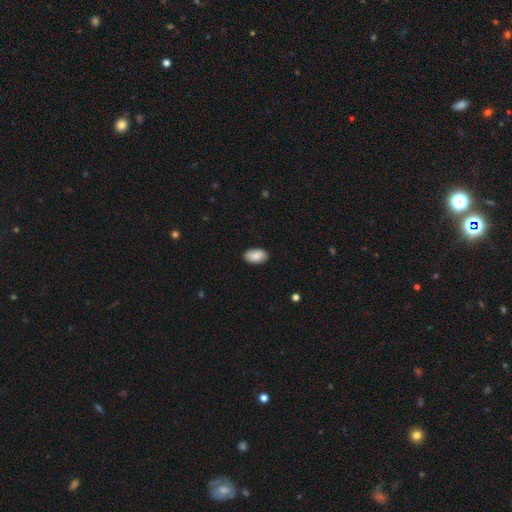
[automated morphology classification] Overall: smooth (88%). How rounded: in between (94%). Merging: none (86%).